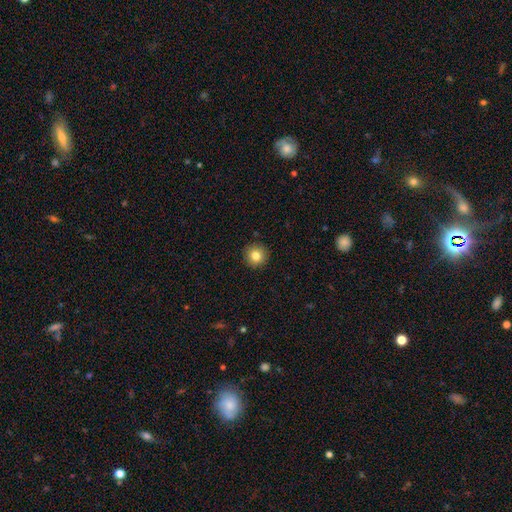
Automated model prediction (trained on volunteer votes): This appears to be a smooth galaxy with no disk features (82%) that is round (95%). Merging: none (92%).